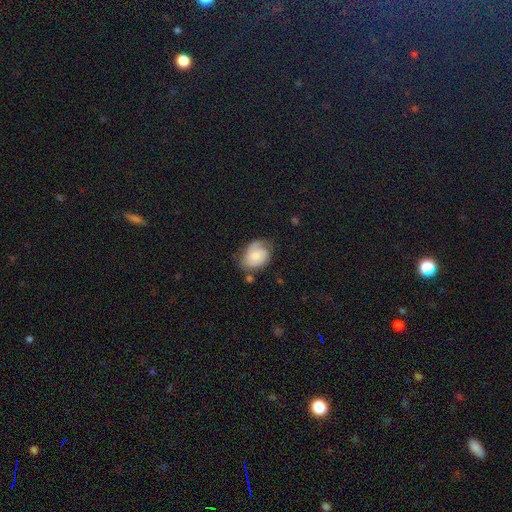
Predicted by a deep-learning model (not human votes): Smooth or featured?
  - featured or disk: 48% *
  - smooth: 45%
  - star or artifact: 8%
Merging?
  - none: 52% *
  - minor disturbance: 29%
  - major disturbance: 14%
  - merger: 5%